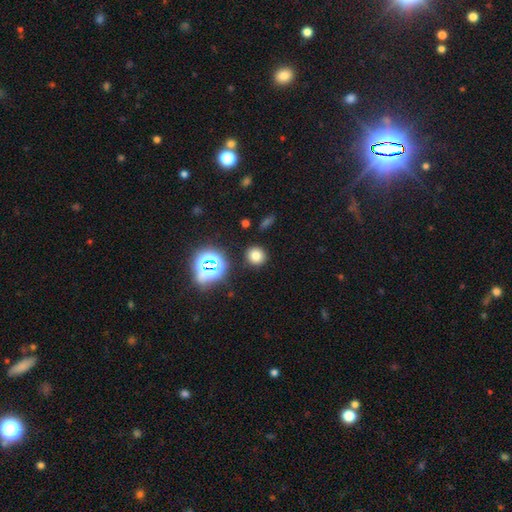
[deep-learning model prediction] Smooth or featured? smooth (72%)
How rounded? round (88%)
Merging? none (88%)